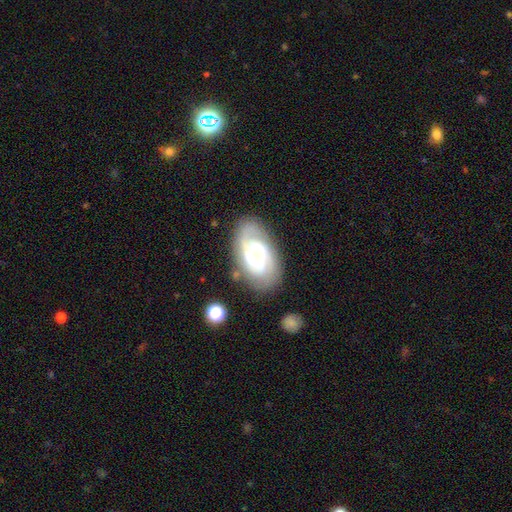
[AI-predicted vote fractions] The model was most divided on "spiral arm count": 2: 41%, 3: 26%, can't tell: 21%, 4: 5%, 1: 4%, more than 4: 3%. More confident: edge-on disk — no (96%); spiral arms — yes (95%); smooth or featured — featured or disk (82%); merging — none (76%); bar — no (65%); spiral winding — tight (57%); bulge size — small (55%).